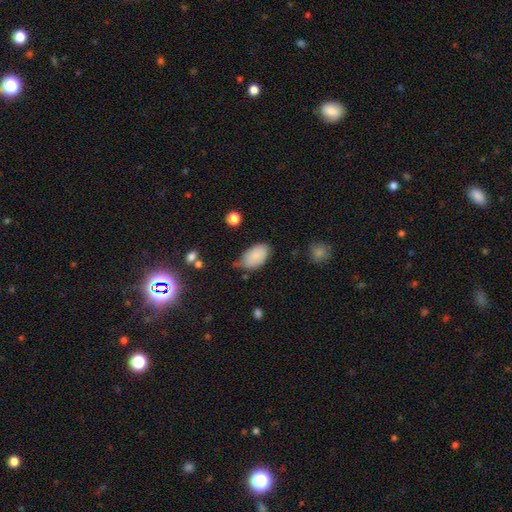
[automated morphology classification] Smooth or featured: smooth — 85% (star or artifact — 7%)
How rounded: in between — 93% (round — 6%)
Merging: none — 48% (minor disturbance — 39%)